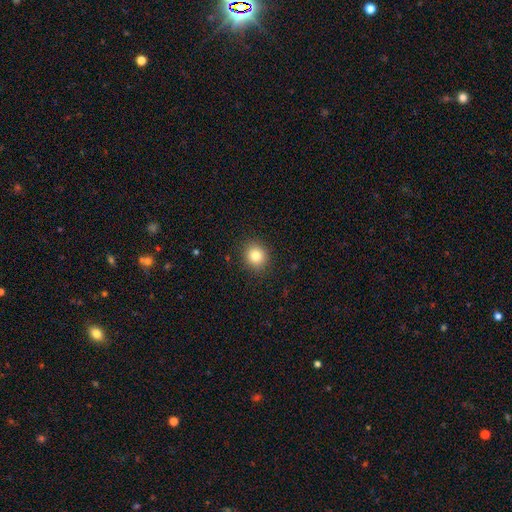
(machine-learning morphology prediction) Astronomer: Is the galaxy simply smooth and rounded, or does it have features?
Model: smooth — 81%.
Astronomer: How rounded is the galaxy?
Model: round — 85%.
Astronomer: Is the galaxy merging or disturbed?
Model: none — 90%.